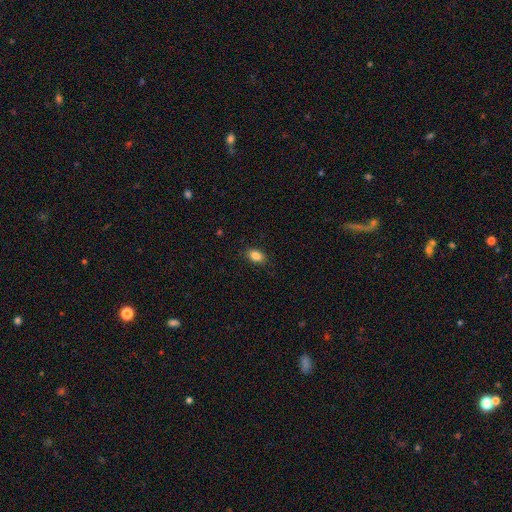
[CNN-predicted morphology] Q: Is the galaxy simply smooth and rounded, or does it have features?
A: smooth — 87%.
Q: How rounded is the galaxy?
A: in between — 85%.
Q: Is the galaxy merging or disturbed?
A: none — 87%.